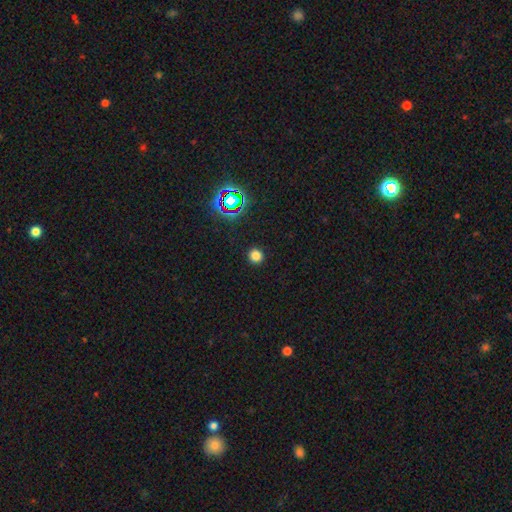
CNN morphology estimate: Overall: smooth (76%). How rounded: round (93%). Merging: none (92%).